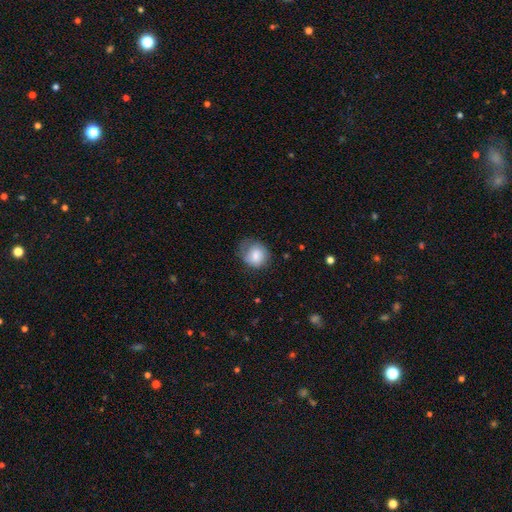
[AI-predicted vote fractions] A smooth galaxy with no disk features (79%) that is round (76%). Merging: none (54%).